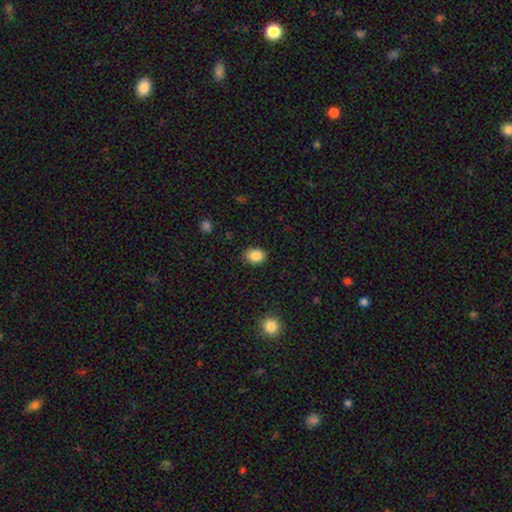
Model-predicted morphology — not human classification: This is clearly a smooth galaxy (86%). How rounded: possibly in between (60%). Merging: clearly none (85%).